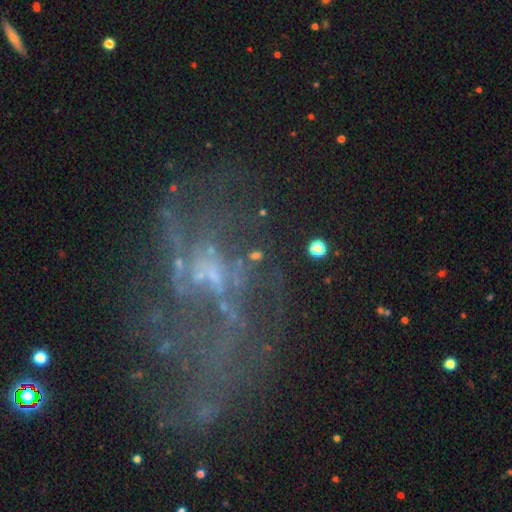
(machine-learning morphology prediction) Smooth or featured?
  - featured or disk: 43% *
  - smooth: 30%
  - star or artifact: 28%
Merging?
  - none: 67% *
  - minor disturbance: 15%
  - major disturbance: 13%
  - merger: 5%